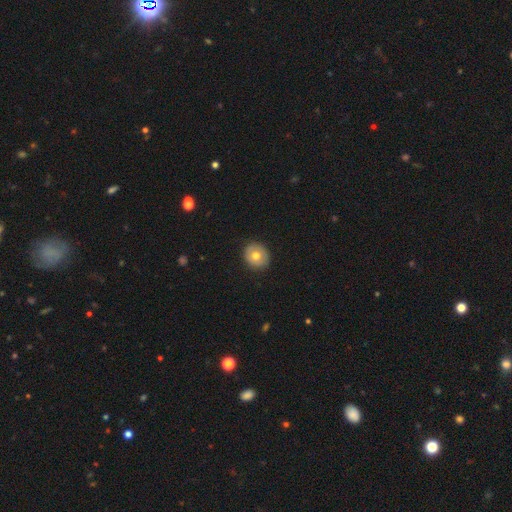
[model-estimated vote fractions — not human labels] Smooth or featured? smooth (70%)
How rounded? round (79%)
Merging? none (90%)